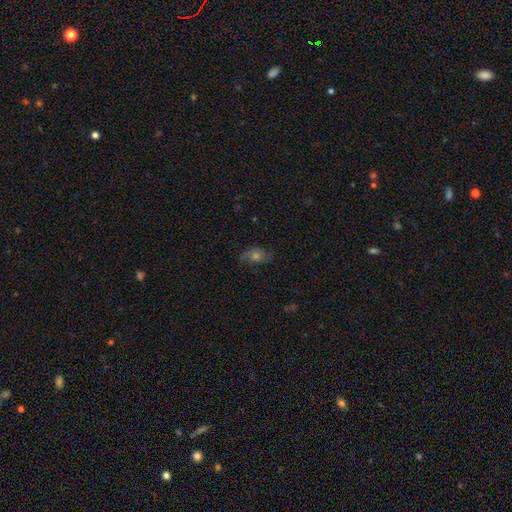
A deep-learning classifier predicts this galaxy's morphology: Smooth or featured?
  - featured or disk: 46% *
  - smooth: 36%
  - star or artifact: 18%
Merging?
  - none: 71% *
  - minor disturbance: 19%
  - major disturbance: 9%
  - merger: 1%